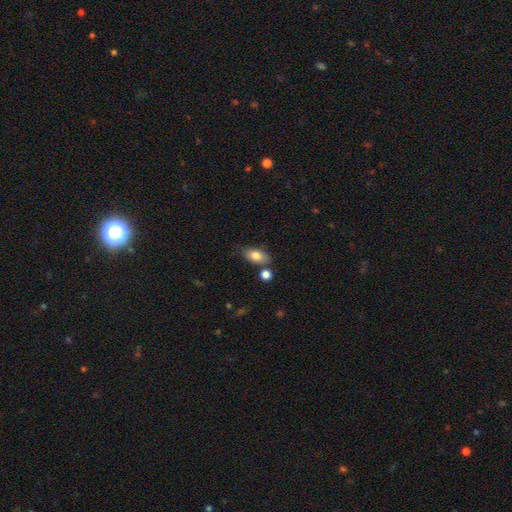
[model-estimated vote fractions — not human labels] A smooth galaxy with no disk features (79%) that is in between round and cigar-shaped (88%).

Vote fractions:
- Smooth or featured? smooth: 79% / featured or disk: 13% / star or artifact: 7%
- How rounded? in between: 88% / cigar-shaped: 6% / round: 6%
- Merging? none: 67% / minor disturbance: 18% / merger: 11% / major disturbance: 4%